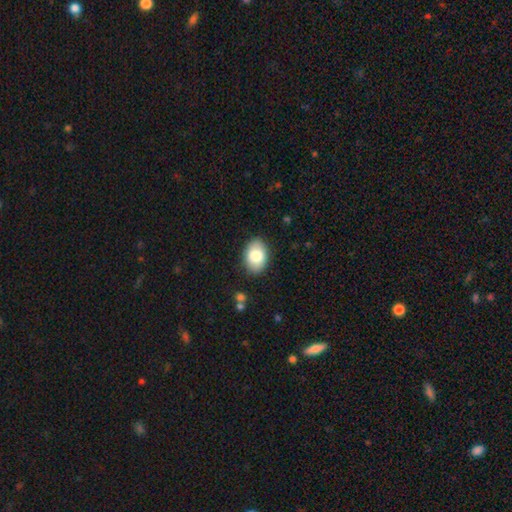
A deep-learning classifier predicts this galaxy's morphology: The model was most divided on "smooth or featured": smooth: 80%, featured or disk: 13%, star or artifact: 7%. More confident: merging — none (87%); how rounded — in between (85%).